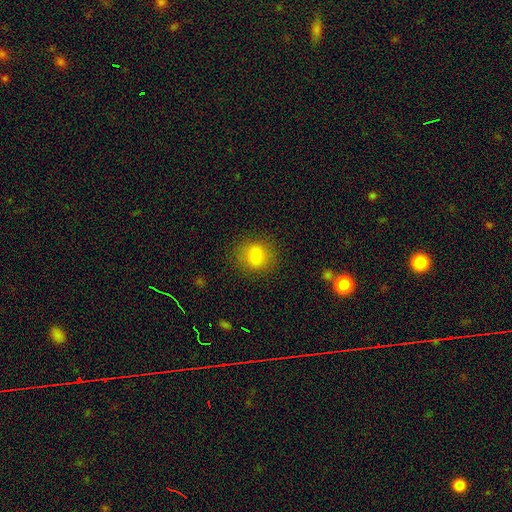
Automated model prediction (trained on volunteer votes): This is clearly a smooth galaxy (80%). How rounded: likely round (78%). Merging: clearly none (86%).